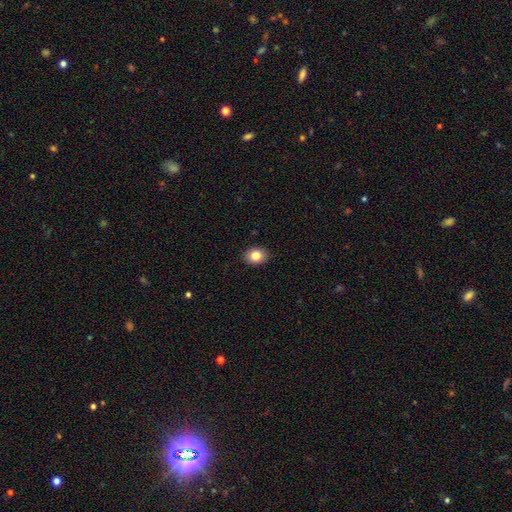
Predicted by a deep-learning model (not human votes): smooth_or_featured: smooth (p=0.83) [alt: star or artifact p=0.09]
how_rounded: in between (p=0.58) [alt: round p=0.41]
merging: none (p=0.89) [alt: minor disturbance p=0.08]